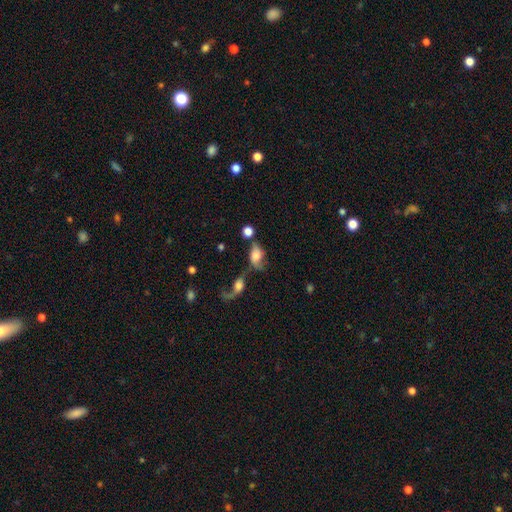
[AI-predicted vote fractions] smooth-or-featured: smooth: 57% | featured or disk: 33% | star or artifact: 10%
  how-rounded: in between: 77% | round: 20% | cigar-shaped: 3%
  merging: merger: 38% | none: 27% | major disturbance: 20% | minor disturbance: 15%